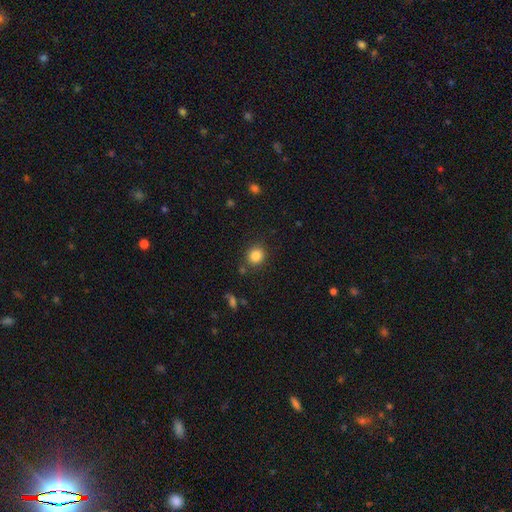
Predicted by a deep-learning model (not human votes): A smooth galaxy with no disk features (84%) that is round (82%).

Vote fractions:
- Smooth or featured? smooth: 84% / star or artifact: 11% / featured or disk: 5%
- How rounded? round: 82% / in between: 17% / cigar-shaped: 1%
- Merging? none: 83% / minor disturbance: 10% / merger: 4% / major disturbance: 3%